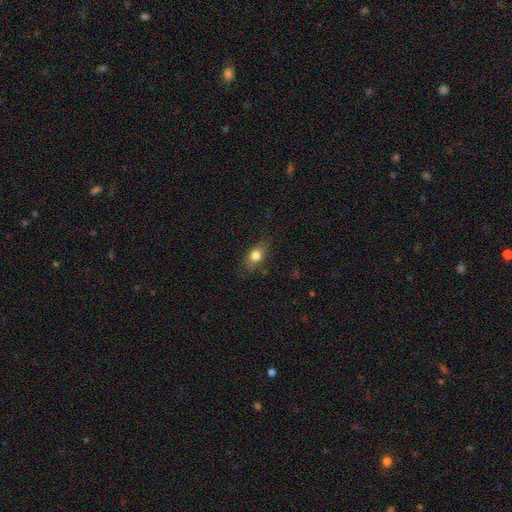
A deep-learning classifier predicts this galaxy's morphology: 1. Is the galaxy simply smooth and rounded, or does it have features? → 77% smooth, 14% featured or disk, 9% star or artifact.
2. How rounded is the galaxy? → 76% in between, 18% round, 6% cigar-shaped.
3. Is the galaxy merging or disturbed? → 75% none, 20% minor disturbance, 5% major disturbance, 1% merger.